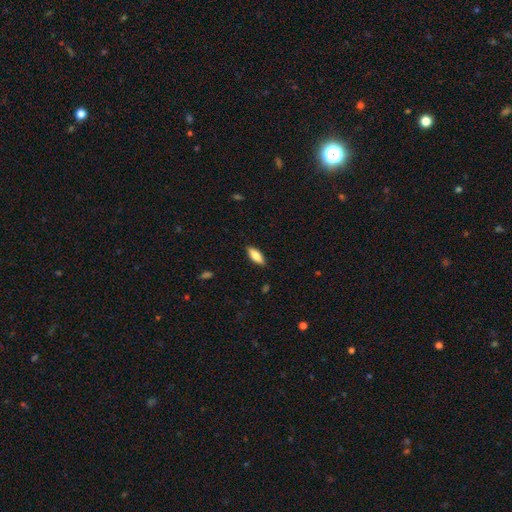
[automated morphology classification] smooth-or-featured: smooth: 80% | featured or disk: 14% | star or artifact: 6%
  how-rounded: in between: 71% | cigar-shaped: 27% | round: 2%
  merging: none: 88% | minor disturbance: 9% | major disturbance: 2% | merger: 1%